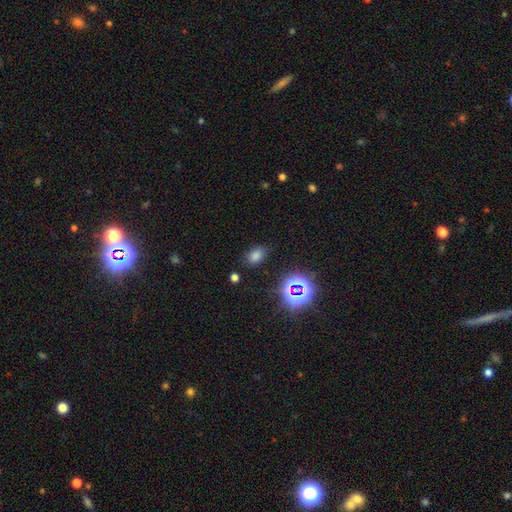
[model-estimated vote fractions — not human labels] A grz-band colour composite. It shows a smooth galaxy with no disk features (67%) that is in between round and cigar-shaped (80%). Merging: none (81%).